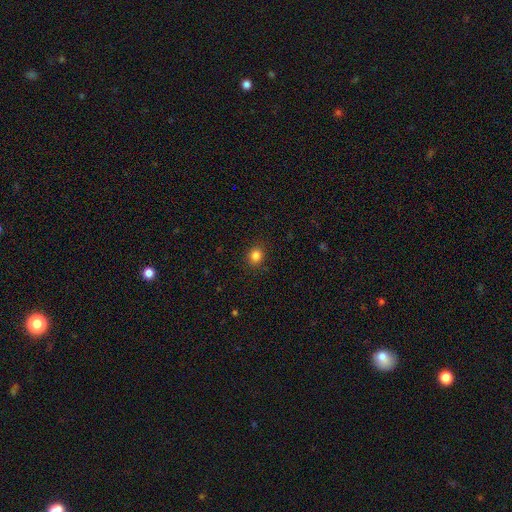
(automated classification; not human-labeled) The model was most divided on "how rounded": round: 71%, in between: 28%, cigar-shaped: 1%. More confident: merging — none (89%); smooth or featured — smooth (84%).